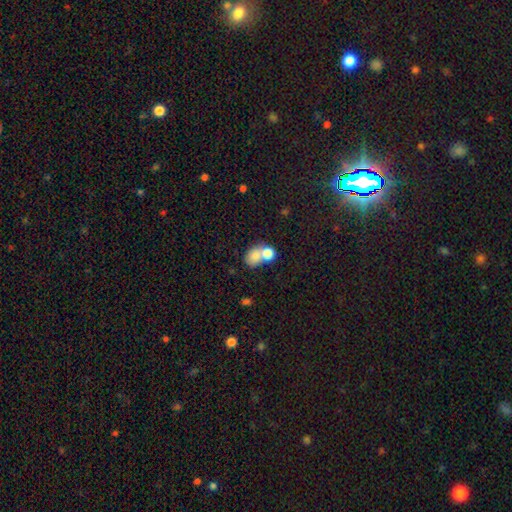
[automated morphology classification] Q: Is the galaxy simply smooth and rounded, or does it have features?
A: smooth — 77%.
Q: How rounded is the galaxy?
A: in between — 50%.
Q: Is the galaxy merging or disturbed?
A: merger — 63%.